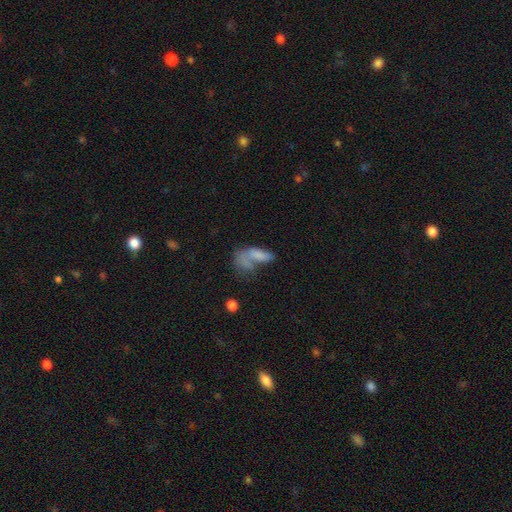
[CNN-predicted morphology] Smooth or featured: smooth — 65% (featured or disk — 23%)
How rounded: in between — 71% (cigar-shaped — 23%)
Merging: merger — 32% (major disturbance — 29%)